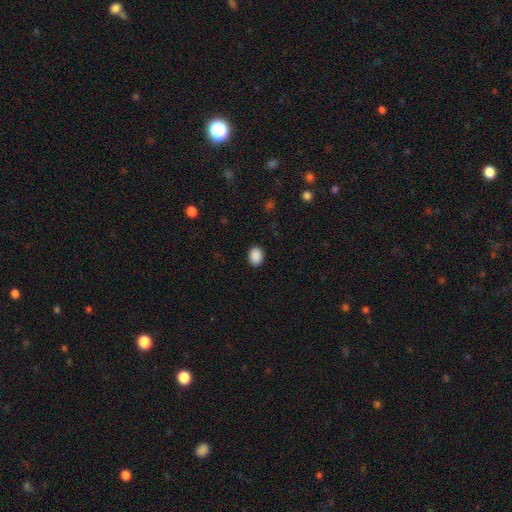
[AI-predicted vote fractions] This is clearly a smooth galaxy (90%). How rounded: possibly in between (58%). Merging: clearly none (90%).